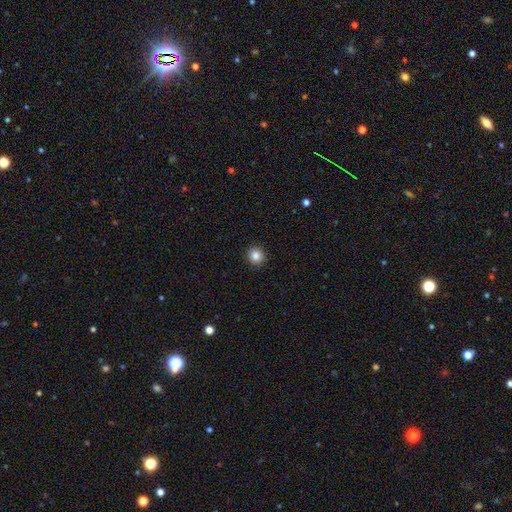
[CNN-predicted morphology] Smooth or featured? Predicted: smooth (p=0.85). How rounded? Predicted: round (p=0.93). Merging? Predicted: none (p=0.93).